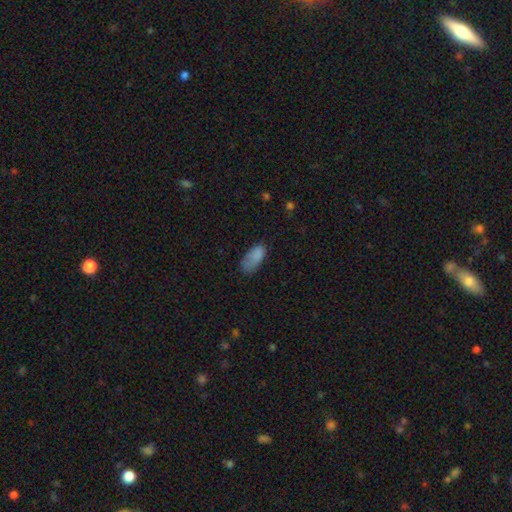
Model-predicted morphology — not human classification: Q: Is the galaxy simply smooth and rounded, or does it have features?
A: smooth — 82%.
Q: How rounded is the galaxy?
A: in between — 91%.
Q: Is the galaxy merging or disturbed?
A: none — 45%.